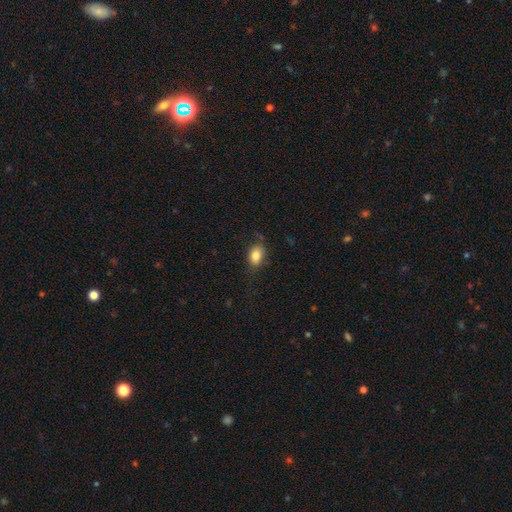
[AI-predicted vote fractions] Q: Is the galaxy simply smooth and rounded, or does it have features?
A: smooth — 83%.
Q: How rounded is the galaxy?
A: in between — 73%.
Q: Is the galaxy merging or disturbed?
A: none — 74%.